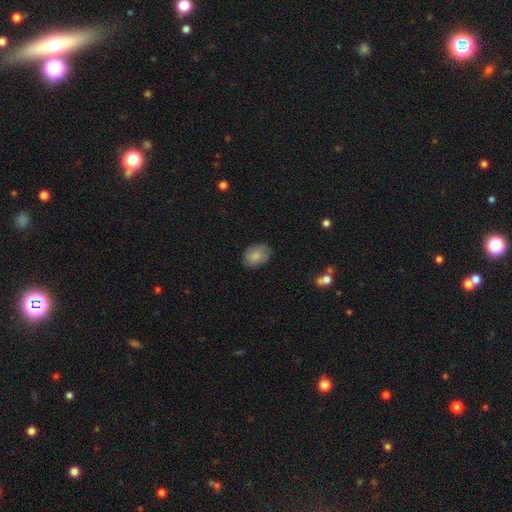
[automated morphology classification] Smooth or featured: smooth — 83% (featured or disk — 10%)
How rounded: in between — 75% (round — 24%)
Merging: none — 79% (minor disturbance — 16%)